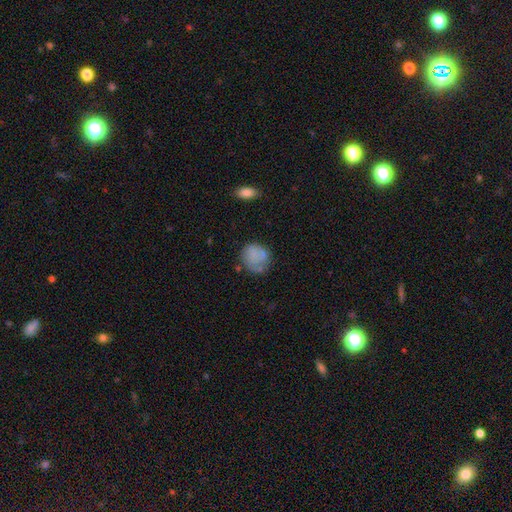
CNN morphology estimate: A smooth galaxy with no disk features (72%) that is round (81%).

Vote fractions:
- Smooth or featured? smooth: 72% / featured or disk: 19% / star or artifact: 9%
- How rounded? round: 81% / in between: 18% / cigar-shaped: 1%
- Merging? none: 56% / minor disturbance: 25% / major disturbance: 12% / merger: 7%